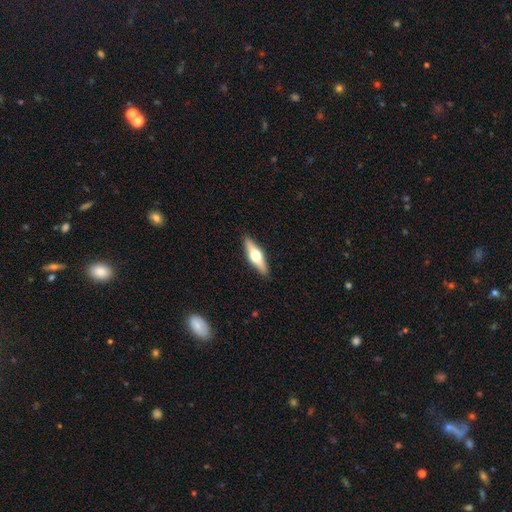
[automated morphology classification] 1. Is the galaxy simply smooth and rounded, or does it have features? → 59% featured or disk, 36% smooth, 6% star or artifact.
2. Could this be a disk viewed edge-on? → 95% yes, 5% no.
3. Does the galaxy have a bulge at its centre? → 95% rounded, 3% boxy, 1% none.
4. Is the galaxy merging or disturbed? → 90% none, 7% minor disturbance, 2% major disturbance, 1% merger.